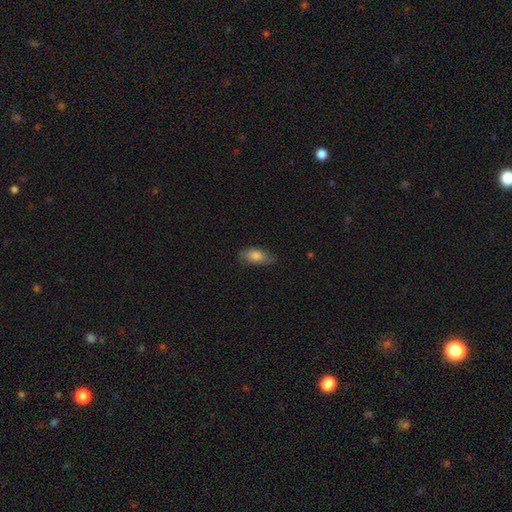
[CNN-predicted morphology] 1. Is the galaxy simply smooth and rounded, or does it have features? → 80% smooth, 13% featured or disk, 7% star or artifact.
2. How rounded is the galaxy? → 86% in between, 11% cigar-shaped, 4% round.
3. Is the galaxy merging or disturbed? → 75% none, 20% minor disturbance, 4% major disturbance, 1% merger.